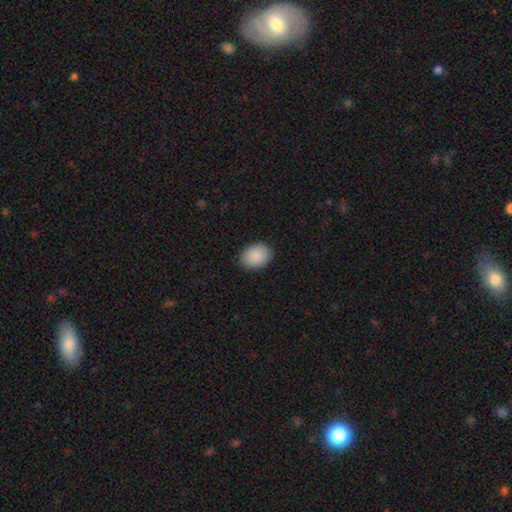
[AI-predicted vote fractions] Smooth or featured? smooth (90%)
How rounded? in between (65%)
Merging? none (88%)